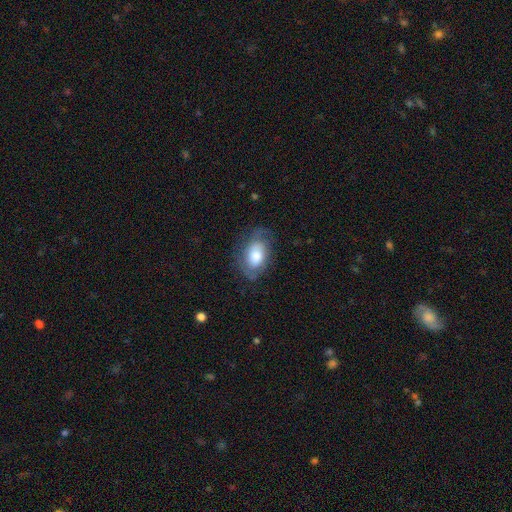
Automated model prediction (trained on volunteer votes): The model was most divided on "smooth or featured": smooth: 61%, featured or disk: 32%, star or artifact: 8%. More confident: how rounded — in between (88%); merging — none (60%).